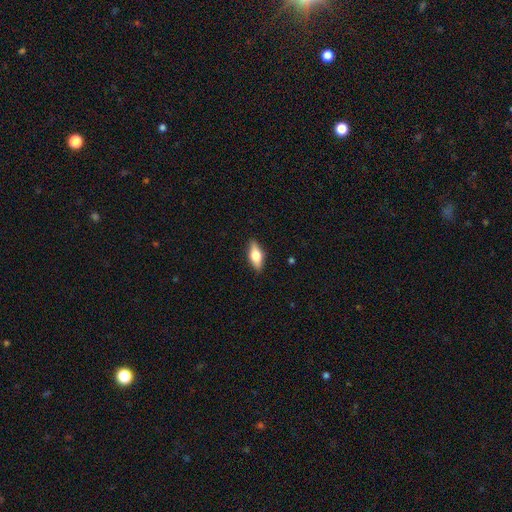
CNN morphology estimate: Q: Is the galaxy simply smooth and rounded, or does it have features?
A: smooth — 60%.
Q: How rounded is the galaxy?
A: in between — 75%.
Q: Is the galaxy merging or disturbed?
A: none — 88%.